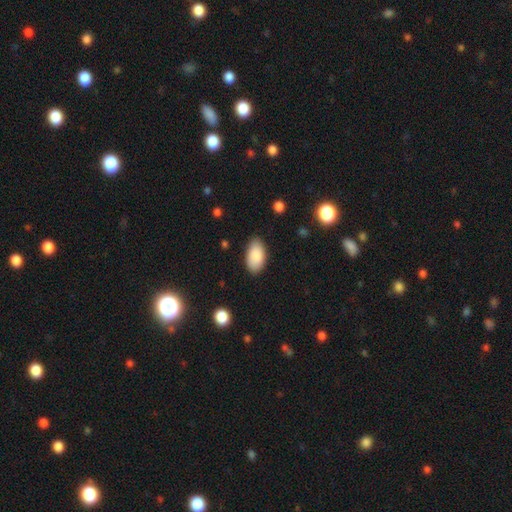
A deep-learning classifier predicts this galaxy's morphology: Smooth or featured? Predicted: smooth (p=0.88). How rounded? Predicted: in between (p=0.95). Merging? Predicted: none (p=0.83).